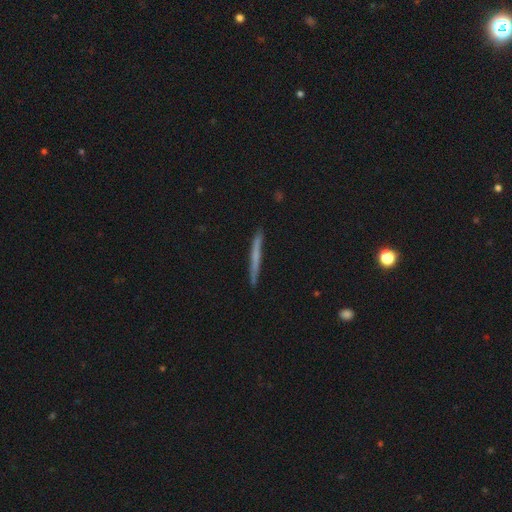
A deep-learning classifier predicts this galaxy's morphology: Smooth or featured? smooth (54%)
How rounded? cigar-shaped (97%)
Merging? none (90%)